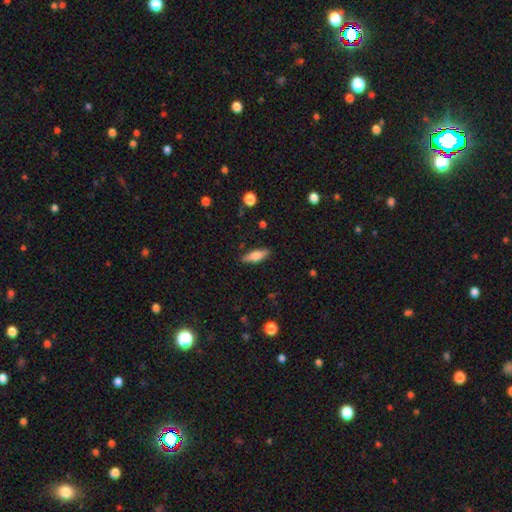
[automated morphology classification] This appears to be a smooth galaxy with no disk features (70%) that is in between round and cigar-shaped (53%). Merging: none (85%).